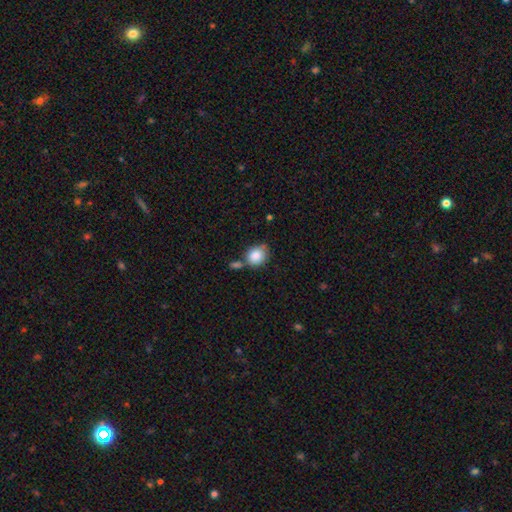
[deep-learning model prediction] Morphology: type=smooth (86%); roundness=round (70%); merging=none (57%).